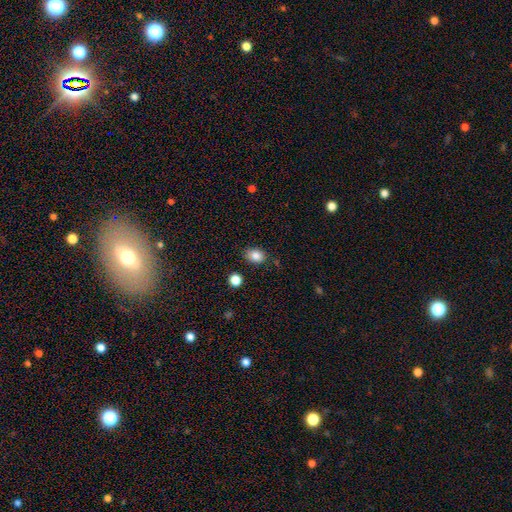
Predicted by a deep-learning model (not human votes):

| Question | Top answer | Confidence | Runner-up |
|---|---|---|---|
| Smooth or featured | smooth | 84% | star or artifact (10%) |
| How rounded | in between | 66% | round (33%) |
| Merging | none | 80% | minor disturbance (14%) |